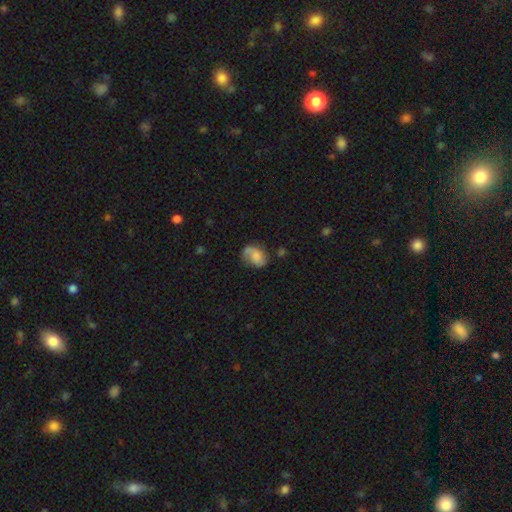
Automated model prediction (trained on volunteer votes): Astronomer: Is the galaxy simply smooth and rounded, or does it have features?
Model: smooth — 48% (runner-up: featured or disk, 43%).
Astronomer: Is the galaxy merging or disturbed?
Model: none — 47% (runner-up: minor disturbance, 27%).